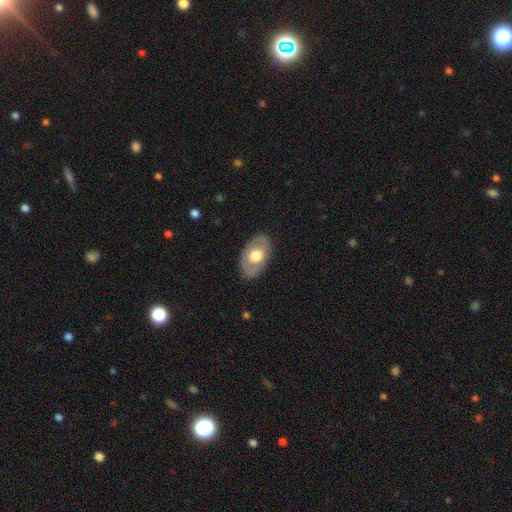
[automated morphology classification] smooth_or_featured: smooth (p=0.50) [alt: featured or disk p=0.45]
merging: none (p=0.82) [alt: minor disturbance p=0.13]